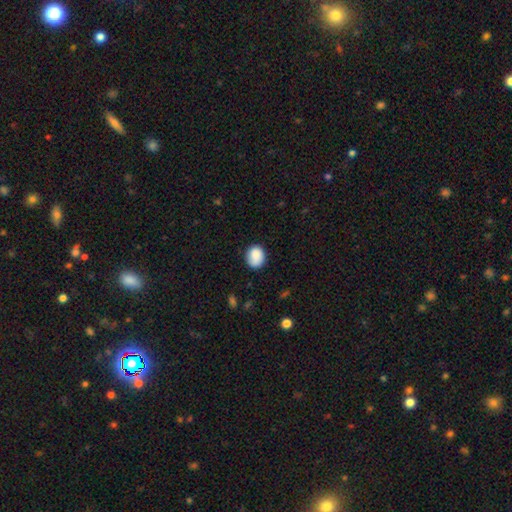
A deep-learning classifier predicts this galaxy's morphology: Smooth or featured? Predicted: smooth (p=0.87). How rounded? Predicted: round (p=0.69). Merging? Predicted: none (p=0.81).